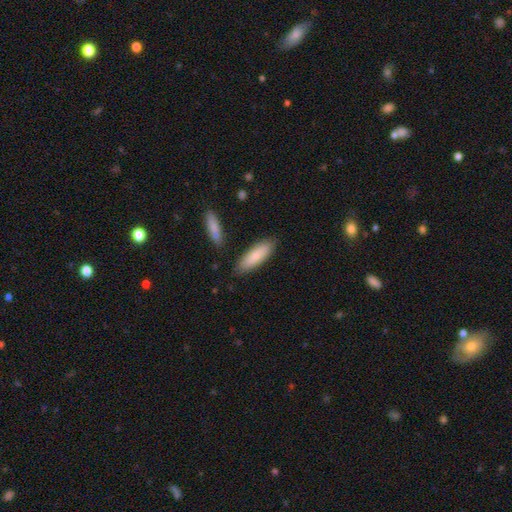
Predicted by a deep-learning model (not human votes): A smooth galaxy with no disk features (82%) that is in between round and cigar-shaped (51%). Merging: none (84%).